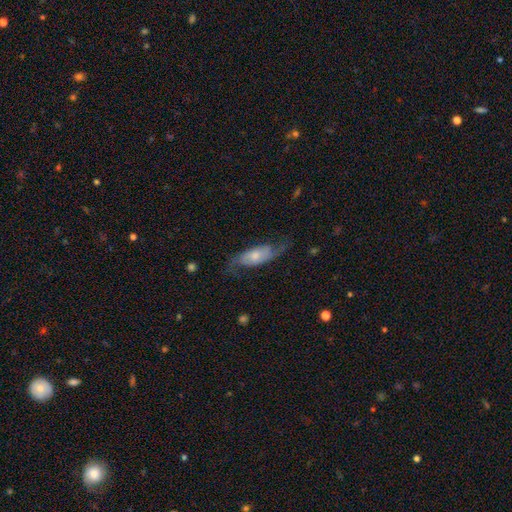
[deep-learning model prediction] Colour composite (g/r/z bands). It shows a featured or disk galaxy (63%) with no bar (65%), spiral arms (88%) and a small central bulge (43%). Merging: none (63%).